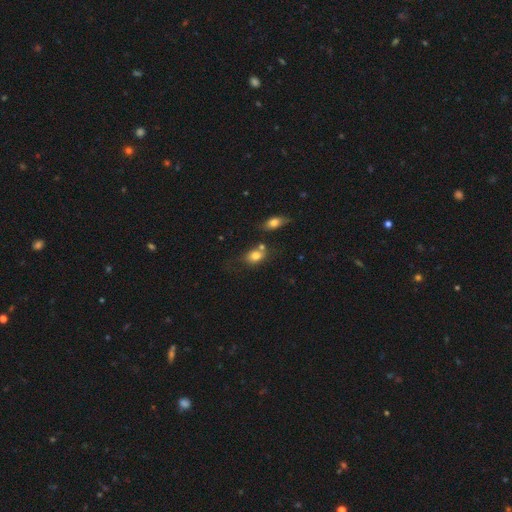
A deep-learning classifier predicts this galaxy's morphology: smooth-or-featured: smooth: 78% | featured or disk: 12% | star or artifact: 10%
  how-rounded: in between: 66% | round: 32% | cigar-shaped: 2%
  merging: none: 51% | merger: 25% | minor disturbance: 18% | major disturbance: 7%